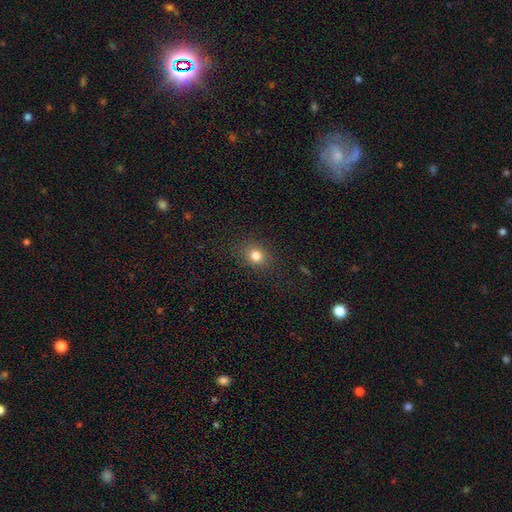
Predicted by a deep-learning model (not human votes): Smooth or featured? smooth (80%)
How rounded? round (68%)
Merging? none (87%)